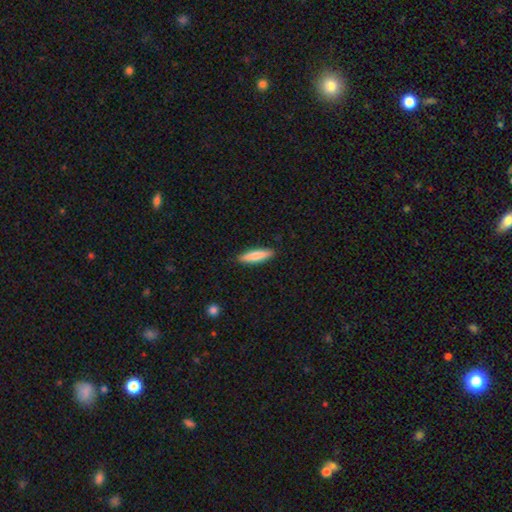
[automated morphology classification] A smooth galaxy with no disk features (82%) that is cigar-shaped (79%).

Vote fractions:
- Smooth or featured? smooth: 82% / featured or disk: 13% / star or artifact: 5%
- How rounded? cigar-shaped: 79% / in between: 20% / round: 1%
- Merging? none: 90% / minor disturbance: 7% / major disturbance: 2% / merger: 1%